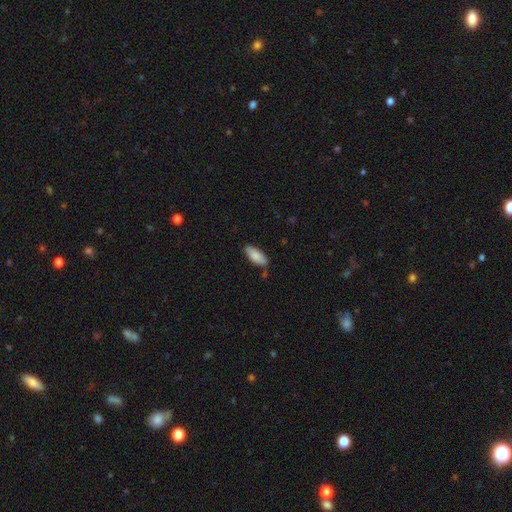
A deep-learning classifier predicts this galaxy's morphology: Smooth or featured? Predicted: smooth (p=0.87). How rounded? Predicted: in between (p=0.82). Merging? Predicted: none (p=0.81).